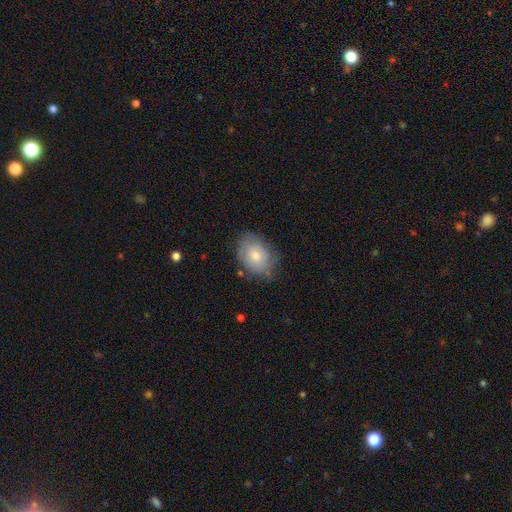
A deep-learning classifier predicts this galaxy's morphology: A smooth galaxy with no disk features (69%) that is in between round and cigar-shaped (70%). Merging: none (67%).